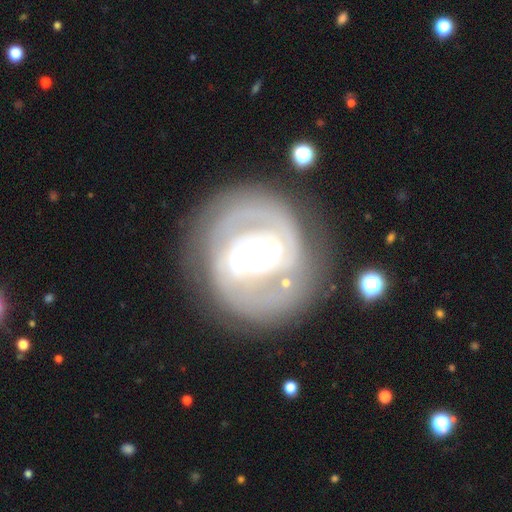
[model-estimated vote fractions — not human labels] The model was most divided on "bulge size": large: 42%, moderate: 38%, small: 9%, dominant: 8%, none: 3%. Remaining: edge-on disk — no (98%); spiral arms — yes (90%); smooth or featured — featured or disk (84%); merging — none (72%); spiral arm count — 2 (65%); spiral winding — tight (59%); bar — strong (50%).